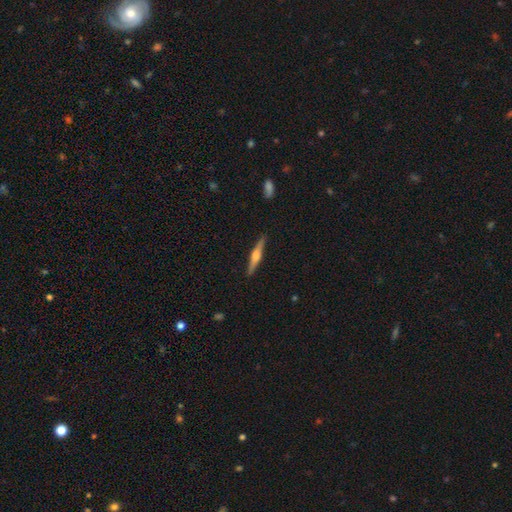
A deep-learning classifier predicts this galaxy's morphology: A featured or disk galaxy (70%) viewed edge-on (98%) with a rounded central bulge (84%). Merging: none (90%).